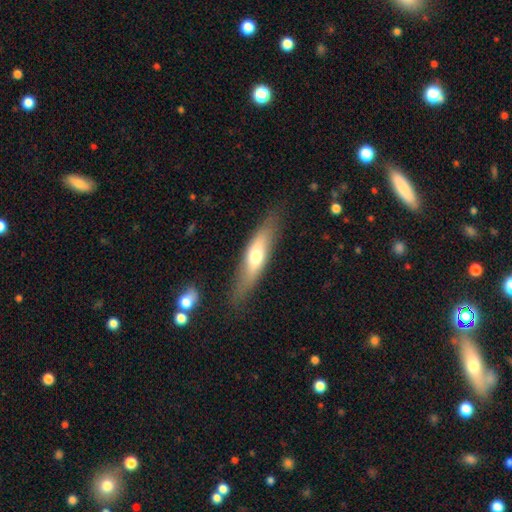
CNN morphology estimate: A smooth galaxy with no disk features (54%) that is cigar-shaped (64%).

Vote fractions:
- Smooth or featured? smooth: 54% / featured or disk: 39% / star or artifact: 6%
- How rounded? cigar-shaped: 64% / in between: 33% / round: 2%
- Merging? none: 79% / minor disturbance: 14% / major disturbance: 4% / merger: 2%